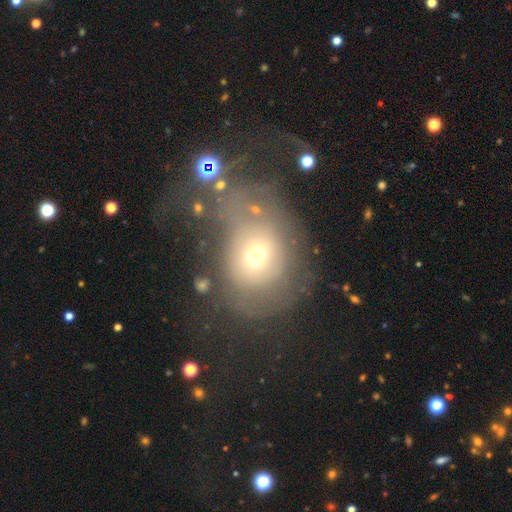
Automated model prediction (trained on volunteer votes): This is possibly a smooth galaxy (57%). How rounded: possibly round (60%). Merging: marginally major disturbance (38%).